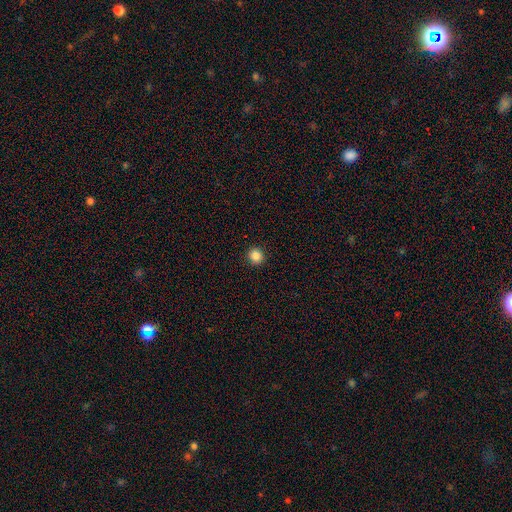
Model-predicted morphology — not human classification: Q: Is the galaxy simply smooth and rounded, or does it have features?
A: smooth — 86%.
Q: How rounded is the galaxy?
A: round — 93%.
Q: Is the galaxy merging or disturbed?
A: none — 93%.